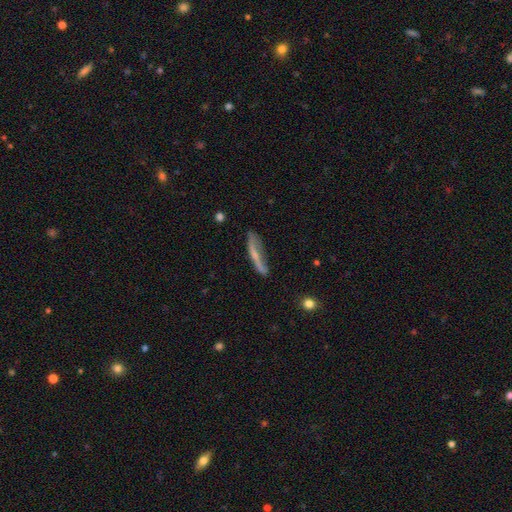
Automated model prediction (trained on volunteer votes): This appears to be a featured or disk galaxy (51%) viewed edge-on (66%). Merging: none (54%).